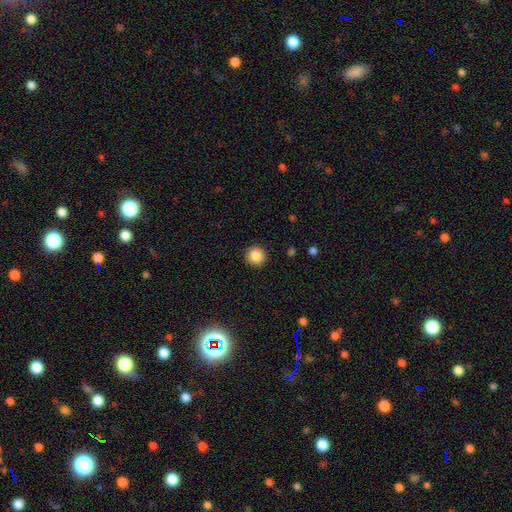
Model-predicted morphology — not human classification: Overall: smooth (85%). How rounded: round (94%). Merging: none (92%).